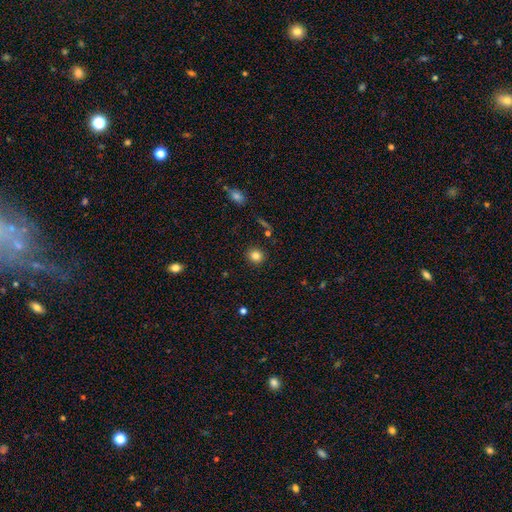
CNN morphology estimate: Smooth or featured?
  - smooth: 83% *
  - star or artifact: 12%
  - featured or disk: 6%
How rounded?
  - round: 85% *
  - in between: 14%
  - cigar-shaped: 1%
Merging?
  - none: 89% *
  - minor disturbance: 7%
  - major disturbance: 2%
  - merger: 2%